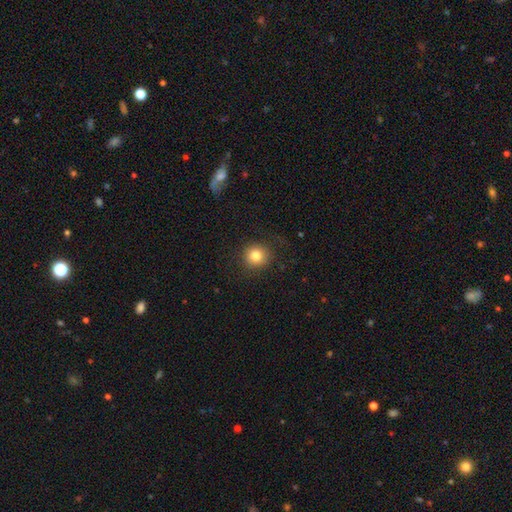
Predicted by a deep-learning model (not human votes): smooth 82%, star or artifact 11%, featured or disk 7%. Down the decision tree: how rounded — round (91%); merging — none (88%).